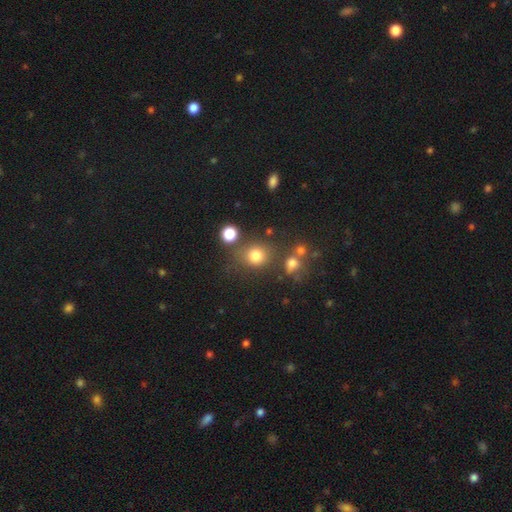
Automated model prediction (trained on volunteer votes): smooth 78%, star or artifact 16%, featured or disk 6%. Down the decision tree: how rounded — round (82%); merging — none (72%).